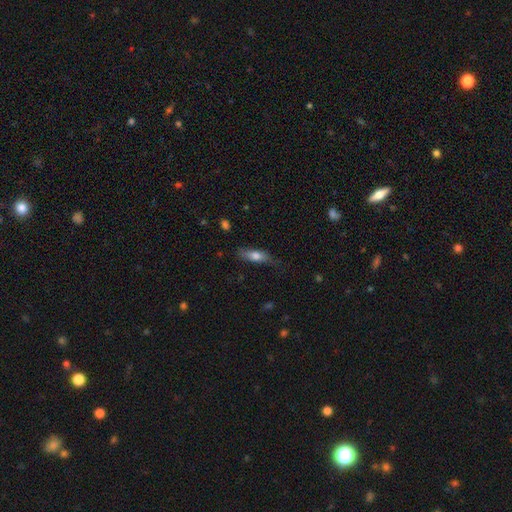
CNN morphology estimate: The model was most divided on "how rounded": in between: 56%, cigar-shaped: 41%, round: 3%. More confident: merging — none (69%); smooth or featured — smooth (68%).